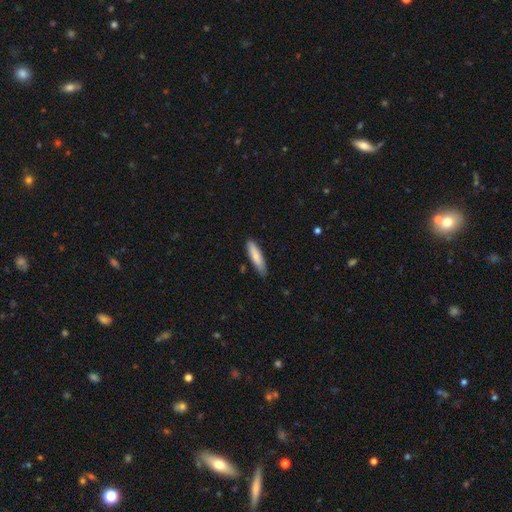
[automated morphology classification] Q: Smooth or featured?
A: smooth (79%); runner-up: featured or disk (15%)
Q: How rounded?
A: cigar-shaped (77%); runner-up: in between (22%)
Q: Merging?
A: none (82%); runner-up: minor disturbance (14%)